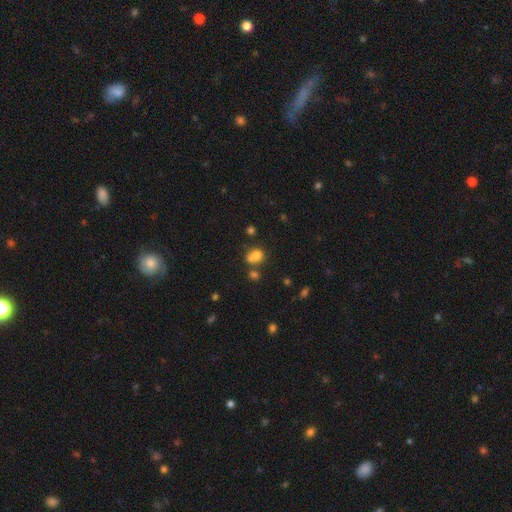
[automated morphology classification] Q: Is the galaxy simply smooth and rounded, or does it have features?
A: smooth — 76%.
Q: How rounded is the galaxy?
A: round — 60%.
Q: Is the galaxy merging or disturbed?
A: none — 42%.